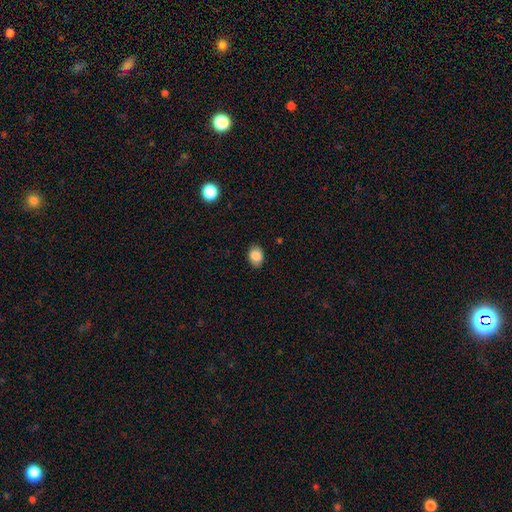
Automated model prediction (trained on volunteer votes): Q: Smooth or featured?
A: smooth (87%); runner-up: star or artifact (8%)
Q: How rounded?
A: in between (70%); runner-up: round (29%)
Q: Merging?
A: none (85%); runner-up: minor disturbance (11%)